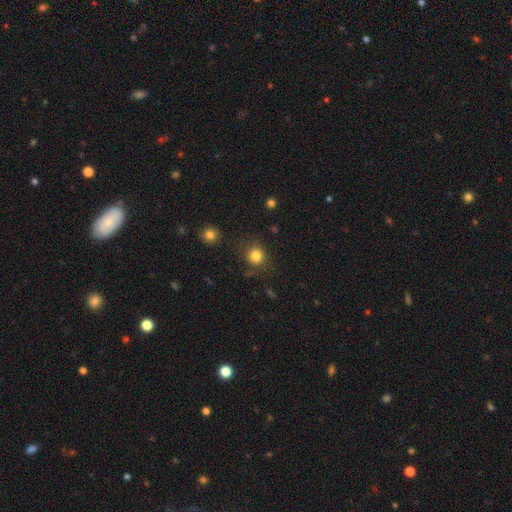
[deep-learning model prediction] Q: Smooth or featured?
A: smooth (83%); runner-up: star or artifact (12%)
Q: How rounded?
A: round (90%); runner-up: in between (9%)
Q: Merging?
A: none (82%); runner-up: minor disturbance (11%)